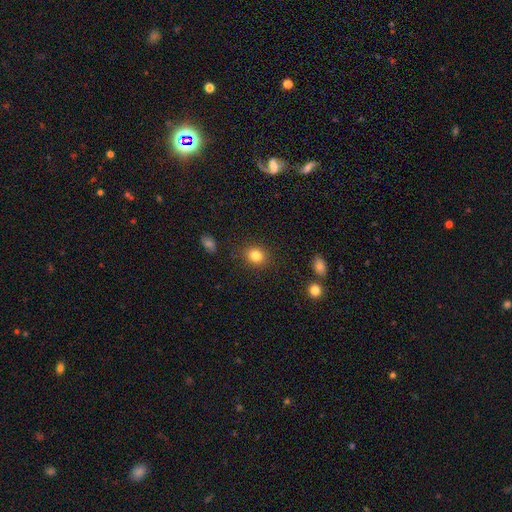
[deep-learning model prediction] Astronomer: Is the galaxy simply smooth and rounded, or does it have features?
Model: smooth — 82%.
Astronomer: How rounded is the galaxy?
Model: round — 67%.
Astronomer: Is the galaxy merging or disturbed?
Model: none — 87%.